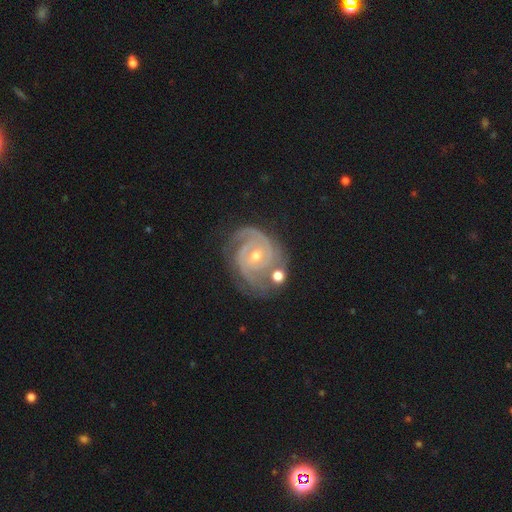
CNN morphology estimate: Q: Smooth or featured?
A: featured or disk (91%); runner-up: star or artifact (5%)
Q: Edge-on disk?
A: no (98%); runner-up: yes (2%)
Q: Bar?
A: no (56%); runner-up: weak (33%)
Q: Spiral arms?
A: yes (98%); runner-up: no (2%)
Q: Spiral winding?
A: tight (75%); runner-up: medium (22%)
Q: Spiral arm count?
A: 2 (51%); runner-up: 3 (26%)
Q: Bulge size?
A: small (50%); runner-up: moderate (47%)
Q: Merging?
A: none (64%); runner-up: minor disturbance (20%)